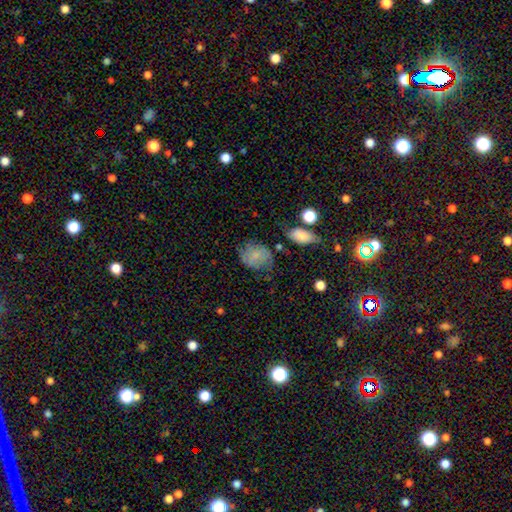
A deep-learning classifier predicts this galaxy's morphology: type=smooth (67%); roundness=round (56%); merging=none (57%).